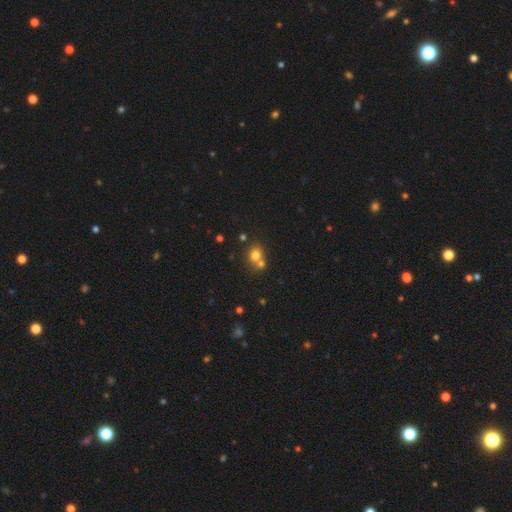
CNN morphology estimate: Smooth or featured? smooth (74%)
How rounded? round (76%)
Merging? none (46%)